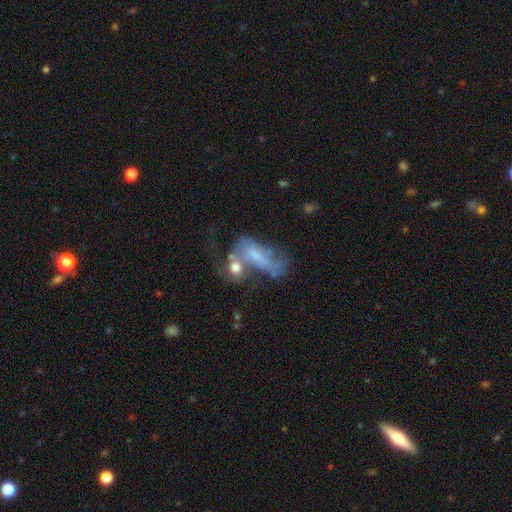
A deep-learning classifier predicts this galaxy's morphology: This appears to be a featured or disk galaxy (48%). Merging: merger (47%).